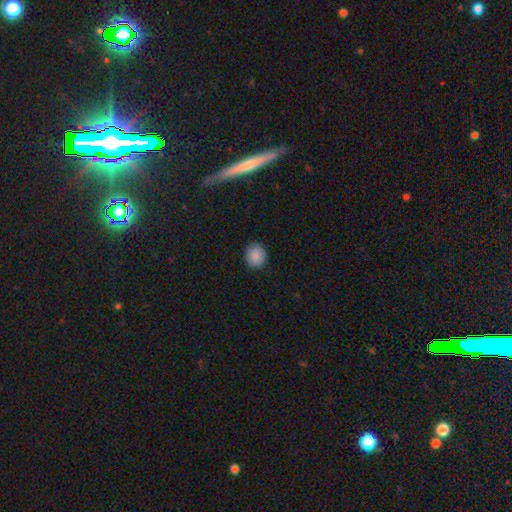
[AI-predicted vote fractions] The model was most divided on "how rounded": round: 79%, in between: 20%, cigar-shaped: 1%. More confident: merging — none (89%); smooth or featured — smooth (88%).